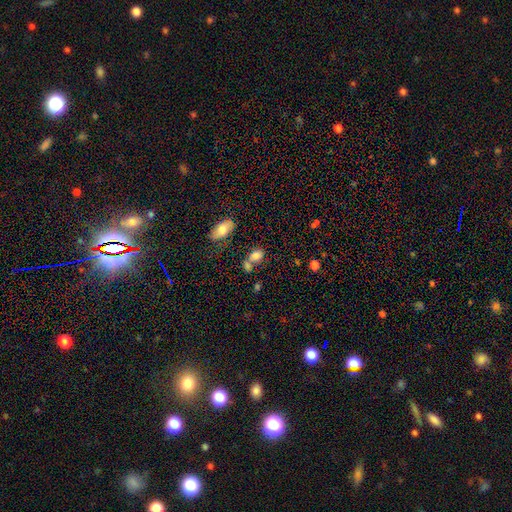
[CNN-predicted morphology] This appears to be a smooth galaxy with no disk features (79%) that is in between round and cigar-shaped (66%). Merging: none (42%).